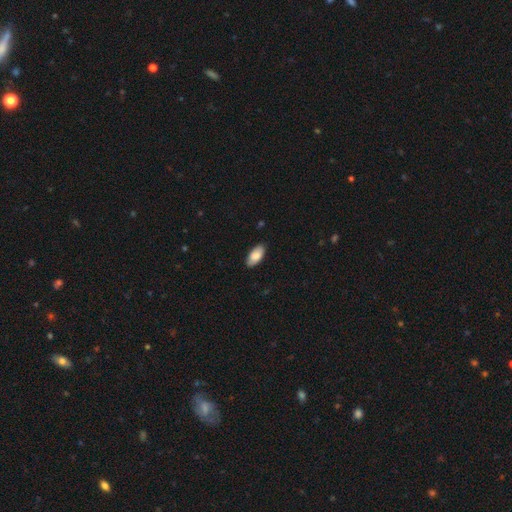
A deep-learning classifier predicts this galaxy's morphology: A smooth galaxy with no disk features (85%) that is in between round and cigar-shaped (93%). Merging: none (87%).